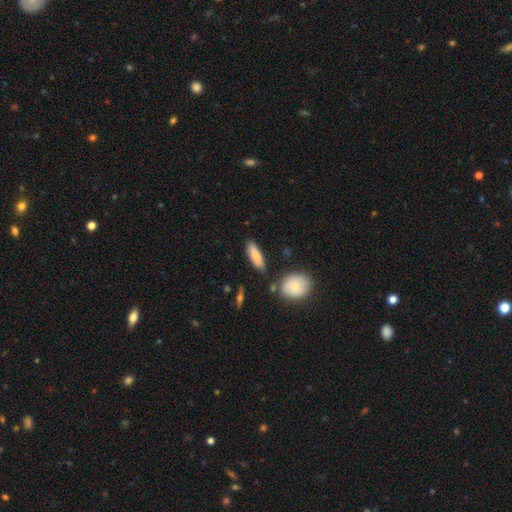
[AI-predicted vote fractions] This appears to be a smooth galaxy with no disk features (79%) that is cigar-shaped (55%). Merging: none (79%).